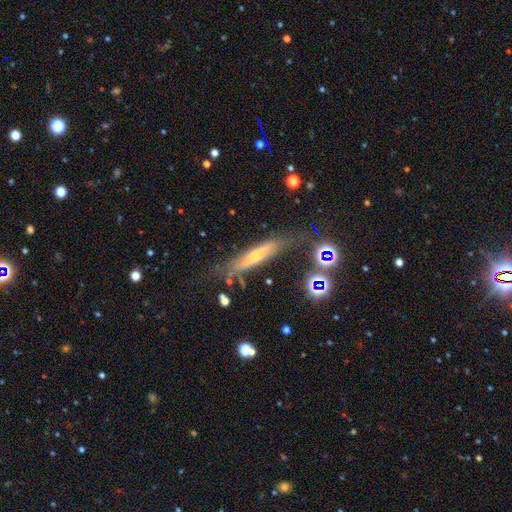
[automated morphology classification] smooth_or_featured: featured or disk (p=0.55) [alt: smooth p=0.34]
disk_edge_on: yes (p=0.80) [alt: no p=0.20]
merging: none (p=0.66) [alt: minor disturbance p=0.21]